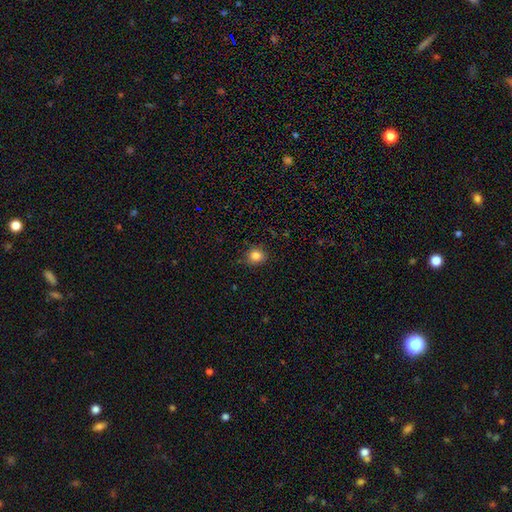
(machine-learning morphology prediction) smooth 84%, star or artifact 11%, featured or disk 5%. Down the decision tree: how rounded — round (81%); merging — none (88%).